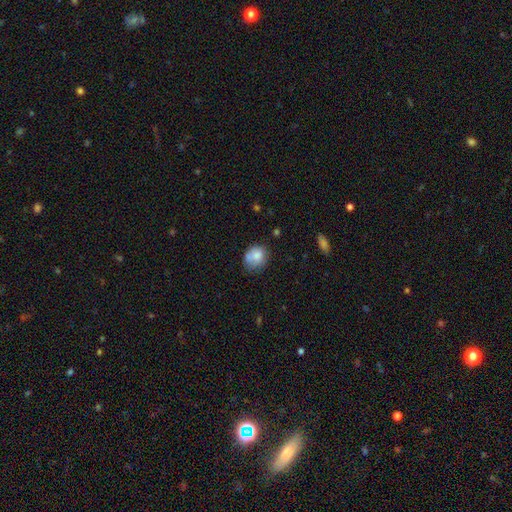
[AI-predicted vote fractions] Smooth or featured? Predicted: smooth (p=0.76). How rounded? Predicted: round (p=0.58). Merging? Predicted: none (p=0.50).